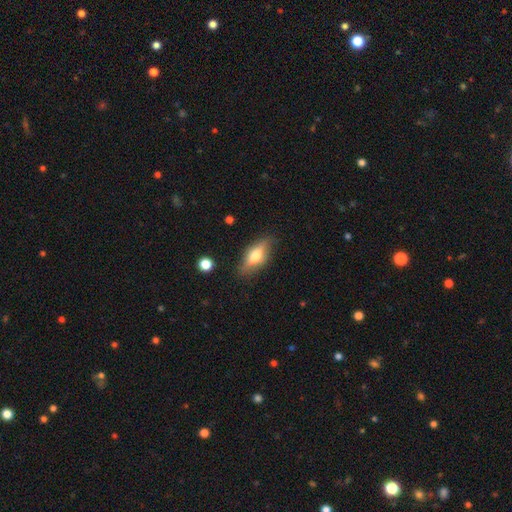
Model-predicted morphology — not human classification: Smooth or featured: smooth — 56% (featured or disk — 37%)
How rounded: in between — 70% (cigar-shaped — 26%)
Merging: none — 81% (minor disturbance — 14%)